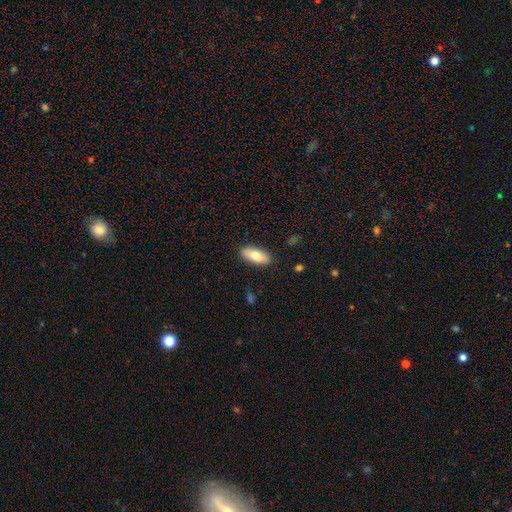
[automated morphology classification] Smooth or featured? smooth (82%)
How rounded? in between (86%)
Merging? none (88%)